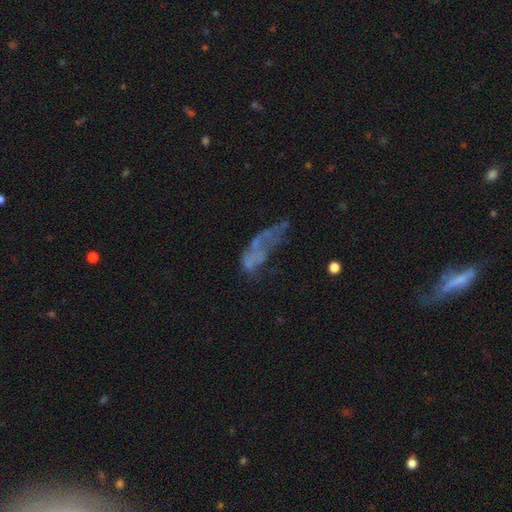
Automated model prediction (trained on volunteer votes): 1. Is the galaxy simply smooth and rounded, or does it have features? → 47% featured or disk, 32% smooth, 21% star or artifact.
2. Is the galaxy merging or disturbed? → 38% major disturbance, 31% none, 17% minor disturbance, 14% merger.